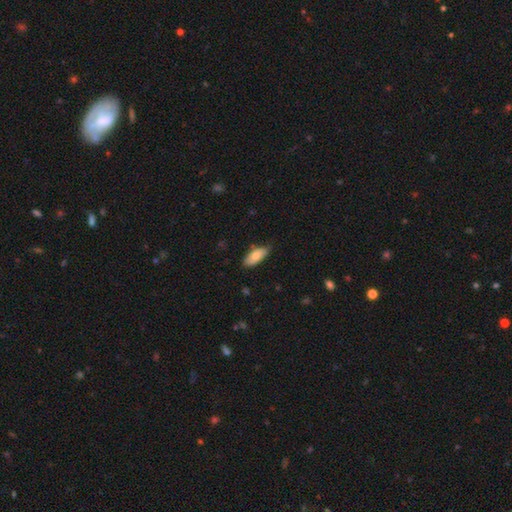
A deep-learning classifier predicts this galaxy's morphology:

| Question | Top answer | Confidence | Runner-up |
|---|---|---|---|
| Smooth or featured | smooth | 76% | featured or disk (18%) |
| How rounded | in between | 88% | cigar-shaped (10%) |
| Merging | none | 72% | minor disturbance (24%) |